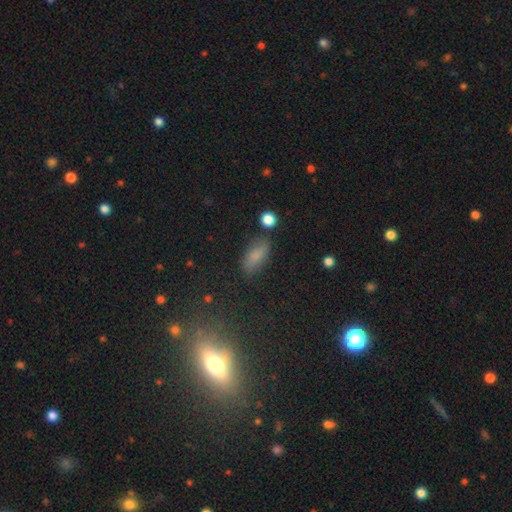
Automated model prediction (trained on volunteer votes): The model was most divided on "merging": none: 76%, minor disturbance: 17%, major disturbance: 4%, merger: 3%. More confident: how rounded — in between (83%); smooth or featured — smooth (76%).